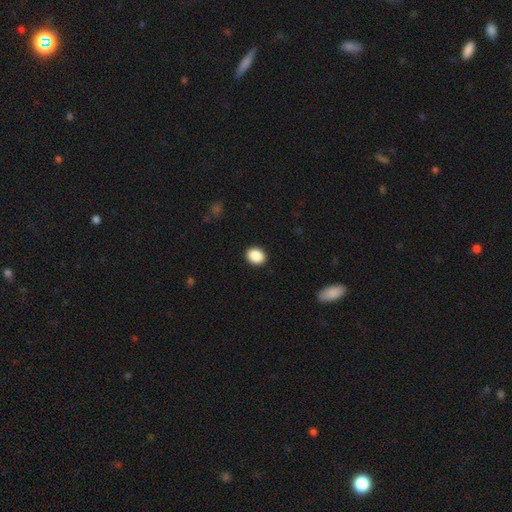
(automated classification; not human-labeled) A smooth galaxy with no disk features (89%) that is round (58%).

Vote fractions:
- Smooth or featured? smooth: 89% / star or artifact: 8% / featured or disk: 3%
- How rounded? round: 58% / in between: 41% / cigar-shaped: 1%
- Merging? none: 91% / minor disturbance: 6% / major disturbance: 2% / merger: 1%